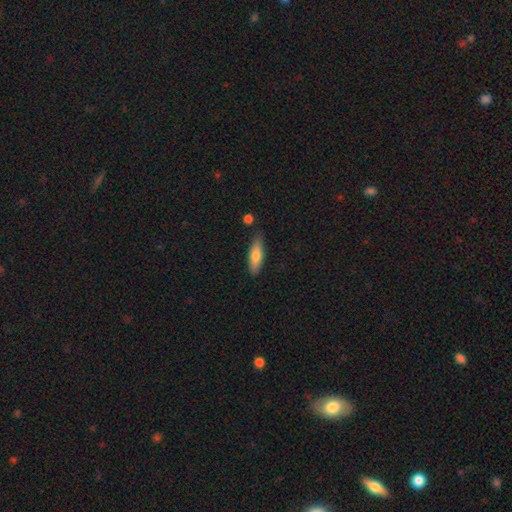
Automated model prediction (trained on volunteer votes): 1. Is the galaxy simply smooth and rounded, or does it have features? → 72% smooth, 22% featured or disk, 6% star or artifact.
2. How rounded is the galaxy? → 56% cigar-shaped, 42% in between, 2% round.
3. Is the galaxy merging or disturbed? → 81% none, 13% minor disturbance, 4% merger, 3% major disturbance.